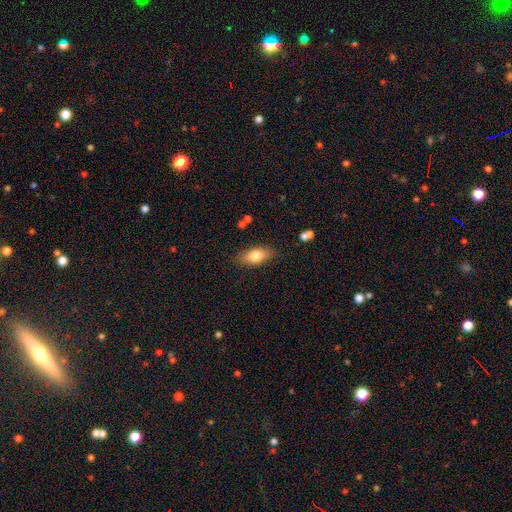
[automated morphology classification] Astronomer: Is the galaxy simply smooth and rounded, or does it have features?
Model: smooth — 75%.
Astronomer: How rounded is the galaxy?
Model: in between — 84%.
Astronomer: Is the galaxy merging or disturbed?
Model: none — 83%.